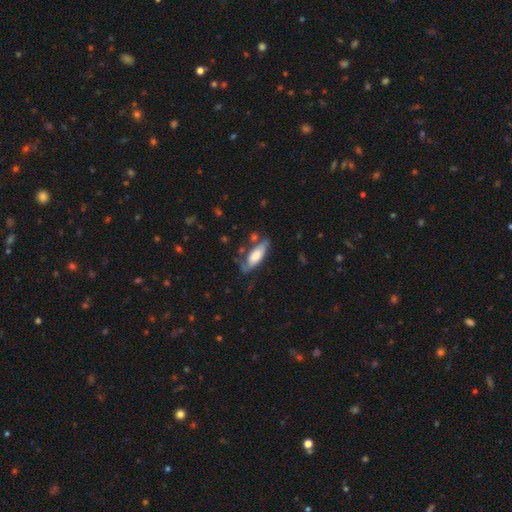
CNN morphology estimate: A smooth galaxy with no disk features (57%) that is in between round and cigar-shaped (66%).

Vote fractions:
- Smooth or featured? smooth: 57% / featured or disk: 36% / star or artifact: 6%
- How rounded? in between: 66% / cigar-shaped: 31% / round: 2%
- Merging? none: 54% / minor disturbance: 28% / major disturbance: 12% / merger: 6%